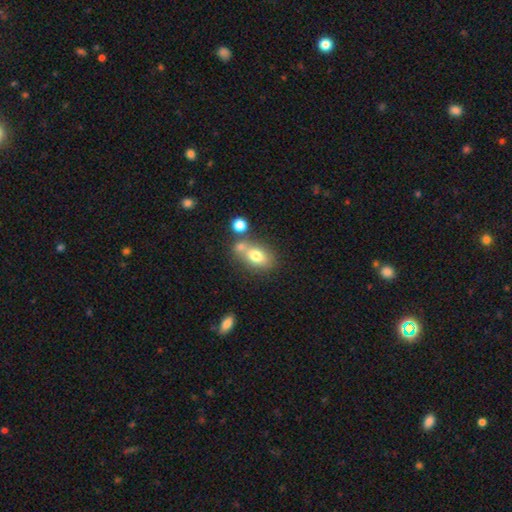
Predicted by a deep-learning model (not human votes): Q: Smooth or featured?
A: smooth (75%); runner-up: featured or disk (15%)
Q: How rounded?
A: in between (73%); runner-up: round (24%)
Q: Merging?
A: none (47%); runner-up: merger (34%)